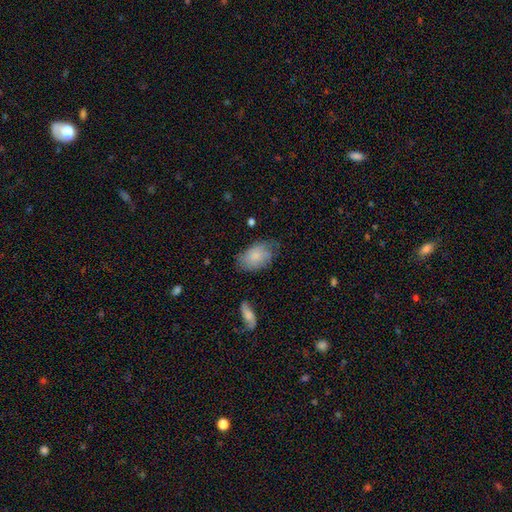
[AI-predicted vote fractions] smooth_or_featured: smooth (p=0.70) [alt: featured or disk p=0.23]
how_rounded: in between (p=0.89) [alt: round p=0.10]
merging: none (p=0.61) [alt: minor disturbance p=0.28]